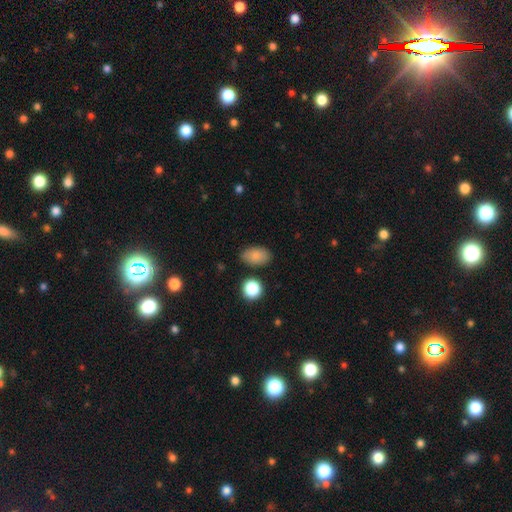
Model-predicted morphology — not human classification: Overall: smooth (84%). How rounded: in between (89%). Merging: none (82%).